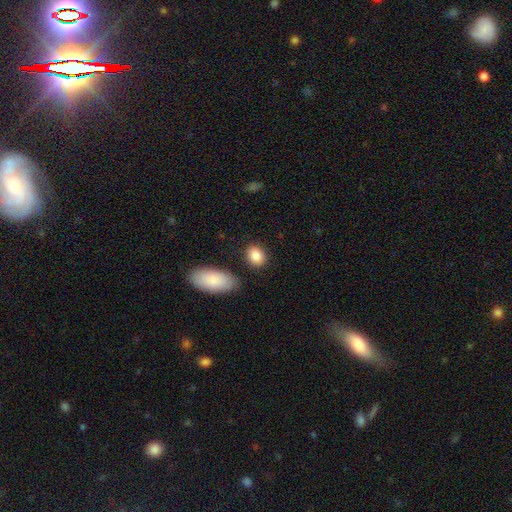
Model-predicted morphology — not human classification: This appears to be a smooth galaxy with no disk features (87%) that is in between round and cigar-shaped (59%). Merging: none (82%).